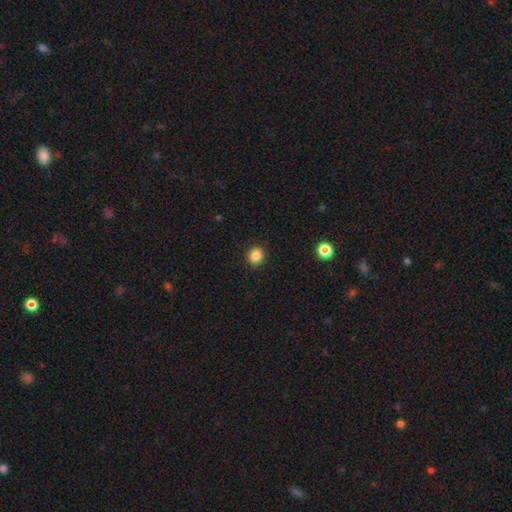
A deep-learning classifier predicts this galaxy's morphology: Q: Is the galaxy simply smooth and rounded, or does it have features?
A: smooth — 86%.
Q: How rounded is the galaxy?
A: round — 67%.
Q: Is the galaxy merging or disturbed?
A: none — 90%.